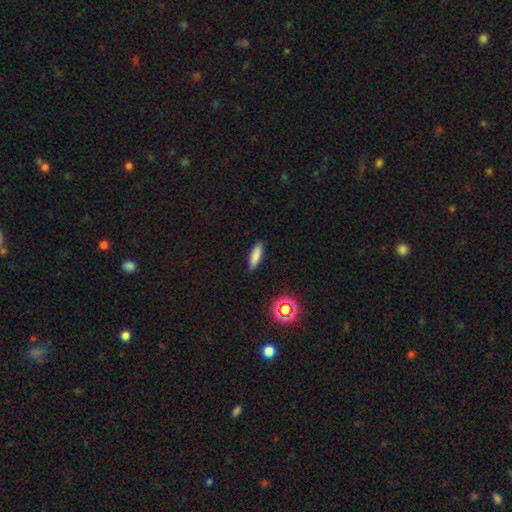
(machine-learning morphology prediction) smooth_or_featured: smooth (p=0.82) [alt: star or artifact p=0.10]
how_rounded: cigar-shaped (p=0.57) [alt: in between p=0.40]
merging: none (p=0.88) [alt: minor disturbance p=0.09]